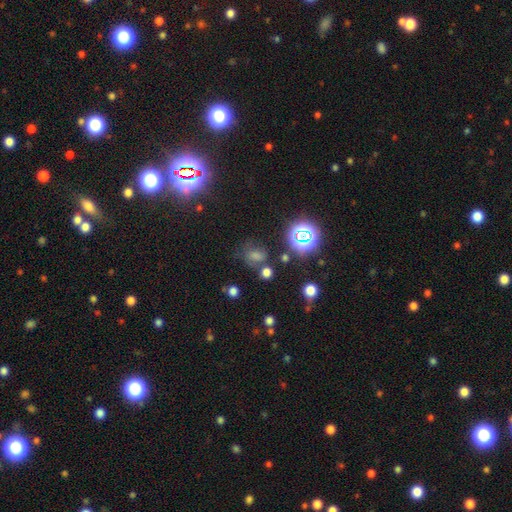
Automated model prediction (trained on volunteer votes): smooth-or-featured: smooth: 44% (tied) | star or artifact: 44% (tied) | featured or disk: 12%
  merging: none: 63% | minor disturbance: 19% | major disturbance: 10% | merger: 8%